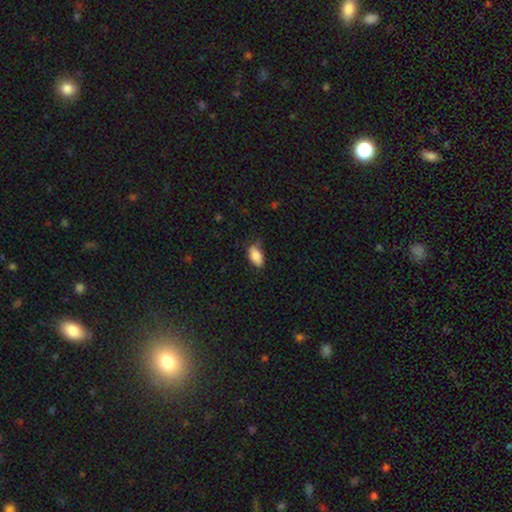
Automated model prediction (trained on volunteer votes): smooth_or_featured: smooth (p=0.85) [alt: star or artifact p=0.07]
how_rounded: in between (p=0.92) [alt: round p=0.04]
merging: none (p=0.68) [alt: minor disturbance p=0.26]